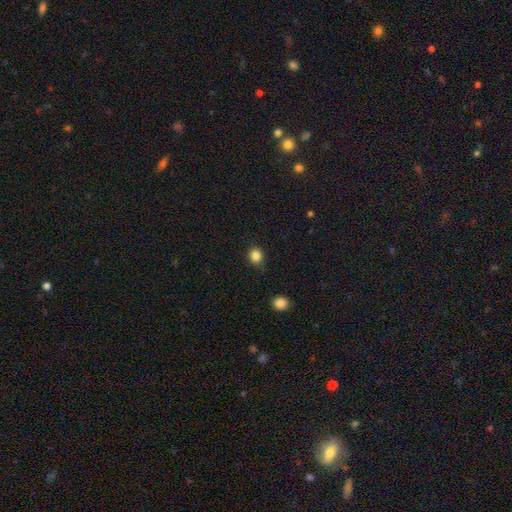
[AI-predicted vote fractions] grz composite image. It shows a smooth galaxy with no disk features (85%) that is round (75%). Merging: none (84%).